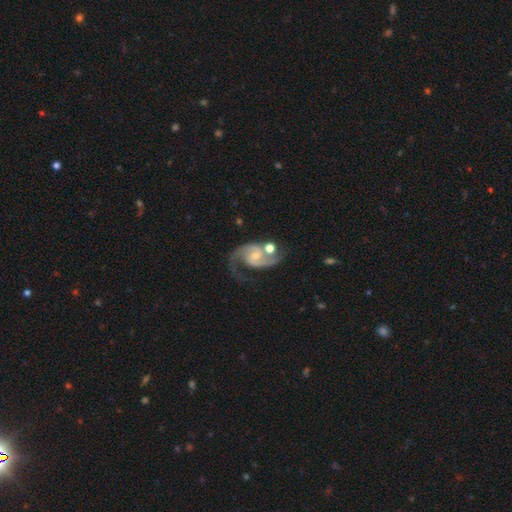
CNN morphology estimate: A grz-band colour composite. It shows a featured or disk galaxy (89%) with no bar (52%), 2 (91%) medium (54%) spiral arms (97%) and a small central bulge (50%). Merging: none (52%).